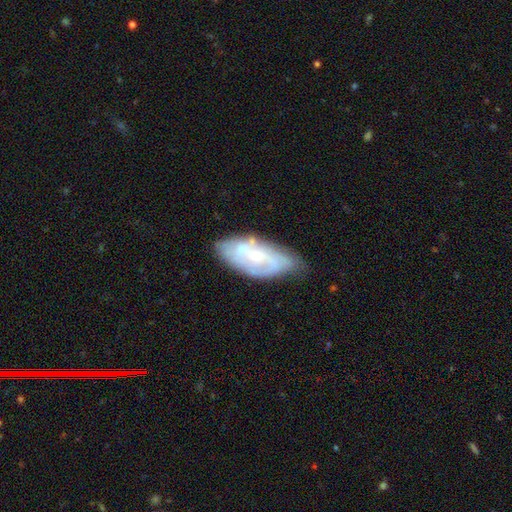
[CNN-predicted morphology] Smooth or featured? Predicted: featured or disk (p=0.67). Edge-on disk? Predicted: no (p=0.92). Bar? Predicted: no (p=0.67). Spiral arms? Predicted: yes (p=0.69). Bulge size? Predicted: small (p=0.54). Merging? Predicted: none (p=0.55).